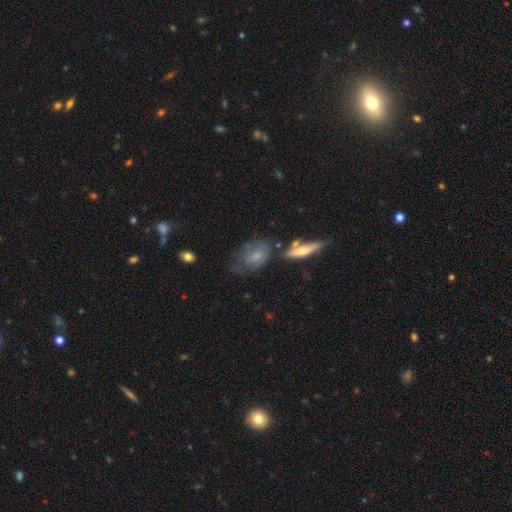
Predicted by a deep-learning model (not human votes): Morphology: type=smooth (62%); roundness=in between (84%); merging=none (41%).